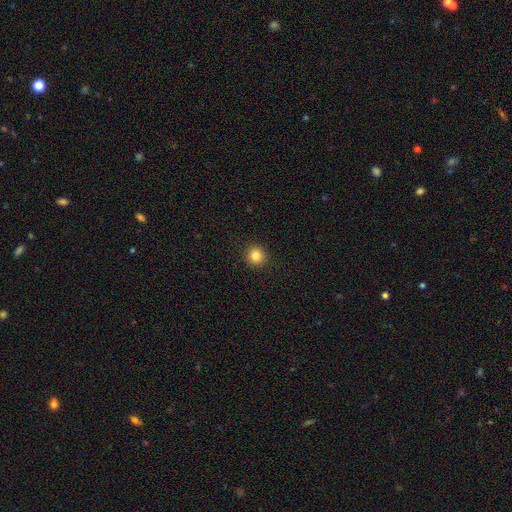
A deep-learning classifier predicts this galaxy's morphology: Q: Smooth or featured?
A: smooth (83%); runner-up: star or artifact (12%)
Q: How rounded?
A: round (93%); runner-up: in between (6%)
Q: Merging?
A: none (93%); runner-up: minor disturbance (5%)